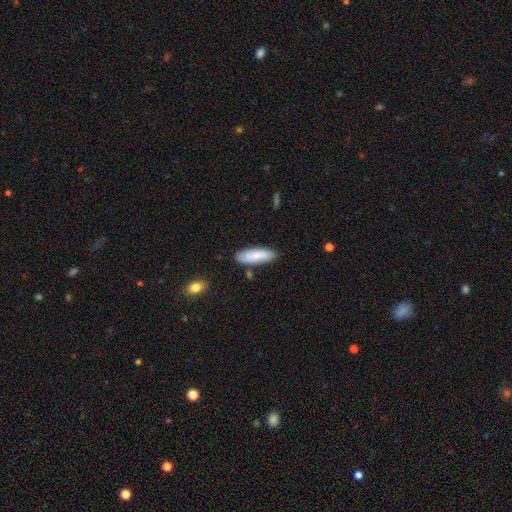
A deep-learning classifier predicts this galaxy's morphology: A smooth galaxy with no disk features (84%) that is in between round and cigar-shaped (52%).

Vote fractions:
- Smooth or featured? smooth: 84% / featured or disk: 10% / star or artifact: 6%
- How rounded? in between: 52% / cigar-shaped: 47% / round: 1%
- Merging? none: 81% / minor disturbance: 14% / merger: 3% / major disturbance: 2%